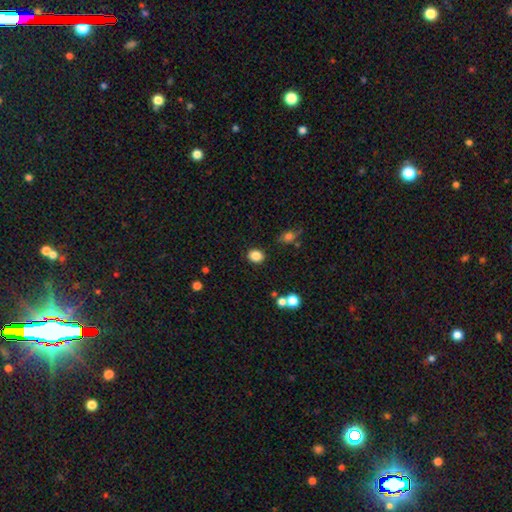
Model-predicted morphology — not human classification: Smooth or featured? smooth (86%)
How rounded? round (54%)
Merging? none (86%)